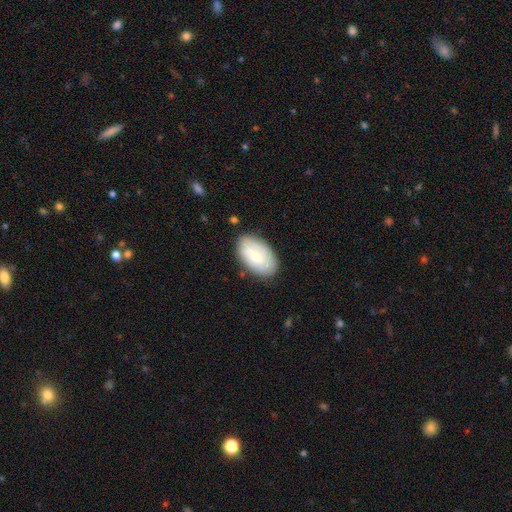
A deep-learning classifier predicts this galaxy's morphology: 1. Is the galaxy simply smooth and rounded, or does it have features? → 59% smooth, 35% featured or disk, 6% star or artifact.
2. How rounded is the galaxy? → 94% in between, 5% round, 2% cigar-shaped.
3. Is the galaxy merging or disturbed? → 79% none, 16% minor disturbance, 3% major disturbance, 2% merger.